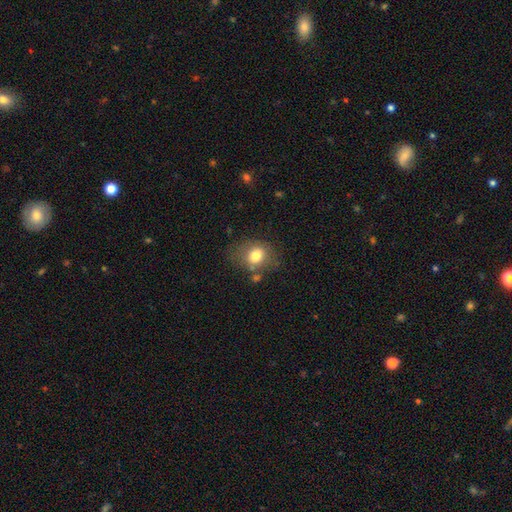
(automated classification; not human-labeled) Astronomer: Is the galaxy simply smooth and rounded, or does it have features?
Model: smooth — 76%.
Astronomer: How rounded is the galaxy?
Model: round — 54% (runner-up: in between, 45%).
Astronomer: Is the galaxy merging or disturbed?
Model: none — 62%.